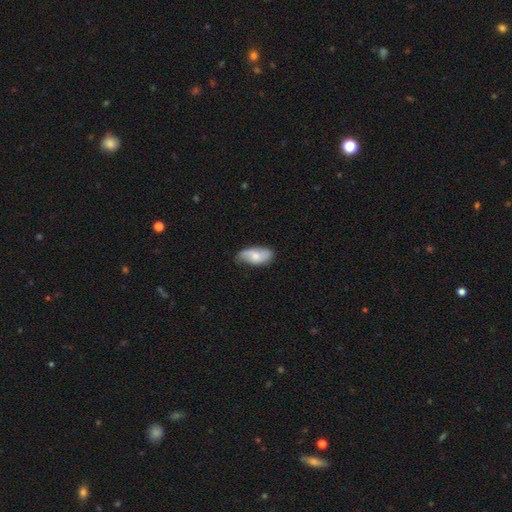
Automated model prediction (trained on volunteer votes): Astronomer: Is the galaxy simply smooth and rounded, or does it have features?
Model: smooth — 51% (runner-up: featured or disk, 43%).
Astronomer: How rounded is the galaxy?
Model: in between — 90%.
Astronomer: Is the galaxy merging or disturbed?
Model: none — 64%.